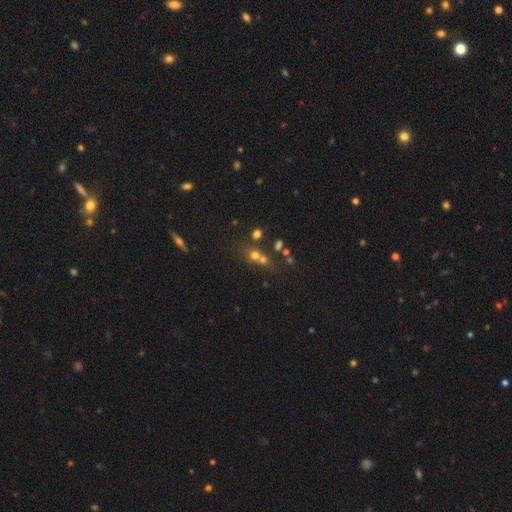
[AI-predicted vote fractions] smooth-or-featured: smooth: 46% | star or artifact: 35% | featured or disk: 19%
  merging: none: 48% | merger: 38% | minor disturbance: 9% | major disturbance: 5%